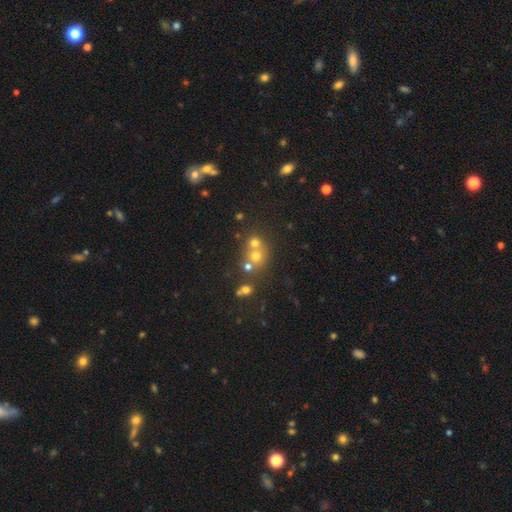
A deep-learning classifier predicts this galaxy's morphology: smooth_or_featured: smooth (p=0.55) [alt: star or artifact p=0.26]
how_rounded: round (p=0.81) [alt: in between p=0.18]
merging: none (p=0.45) [alt: merger p=0.44]